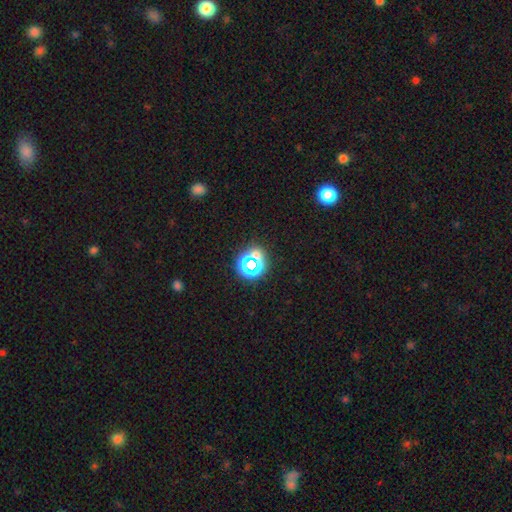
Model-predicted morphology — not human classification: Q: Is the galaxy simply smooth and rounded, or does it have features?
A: star or artifact — 59%.